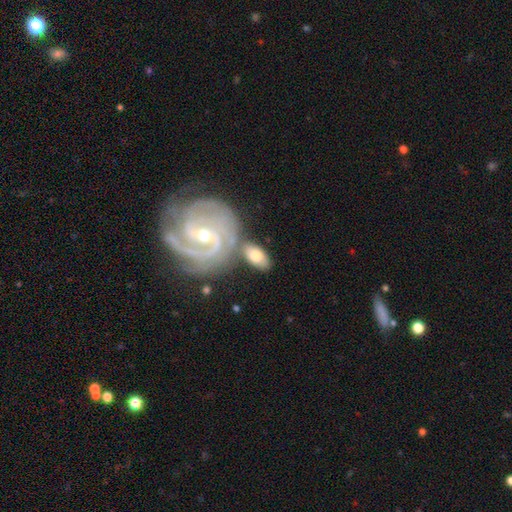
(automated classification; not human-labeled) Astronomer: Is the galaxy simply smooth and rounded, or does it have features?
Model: smooth — 51% (runner-up: featured or disk, 44%).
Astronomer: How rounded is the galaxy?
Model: in between — 91%.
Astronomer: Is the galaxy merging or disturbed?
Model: none — 55%.